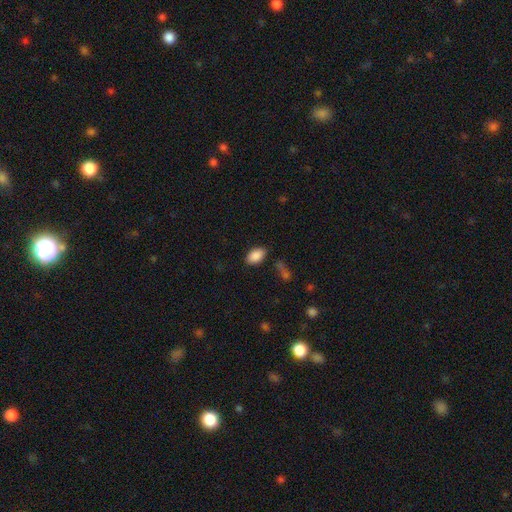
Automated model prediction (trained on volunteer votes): Smooth or featured? smooth (87%)
How rounded? in between (92%)
Merging? none (81%)